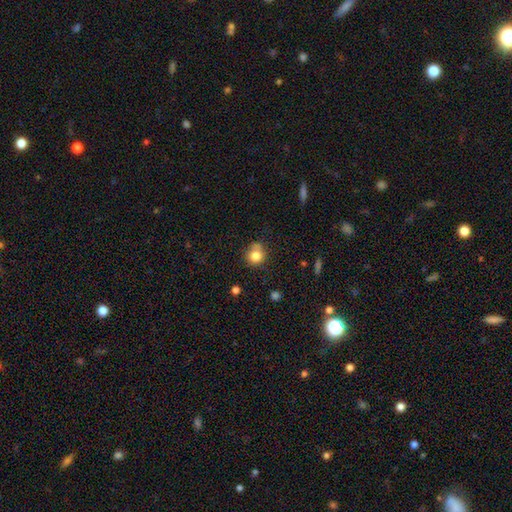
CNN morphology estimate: Smooth or featured: smooth — 81% (star or artifact — 11%)
How rounded: round — 84% (in between — 15%)
Merging: none — 60% (minor disturbance — 21%)